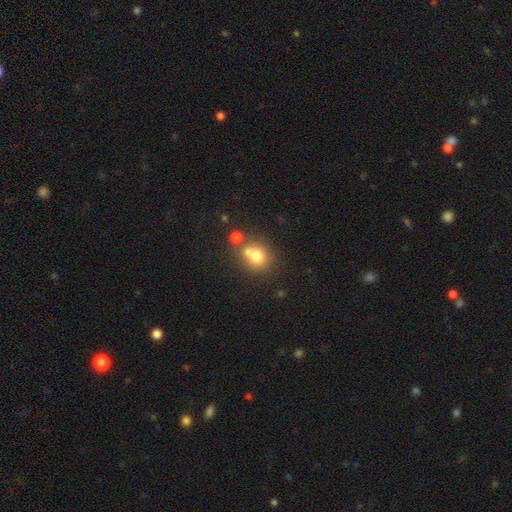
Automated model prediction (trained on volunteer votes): smooth_or_featured: smooth (p=0.72) [alt: featured or disk p=0.15]
how_rounded: round (p=0.77) [alt: in between p=0.22]
merging: none (p=0.47) [alt: merger p=0.39]